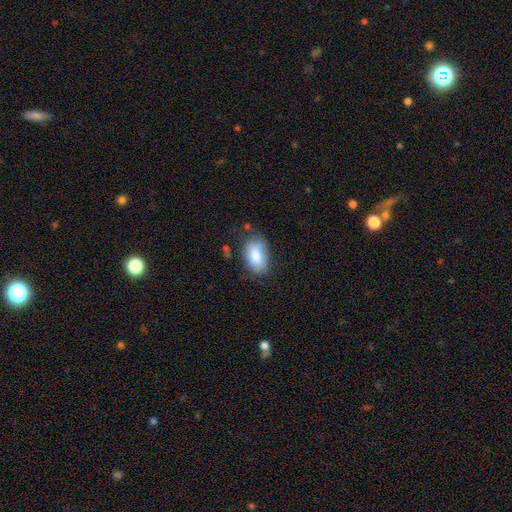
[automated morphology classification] type=smooth (84%); roundness=in between (92%); merging=none (69%).